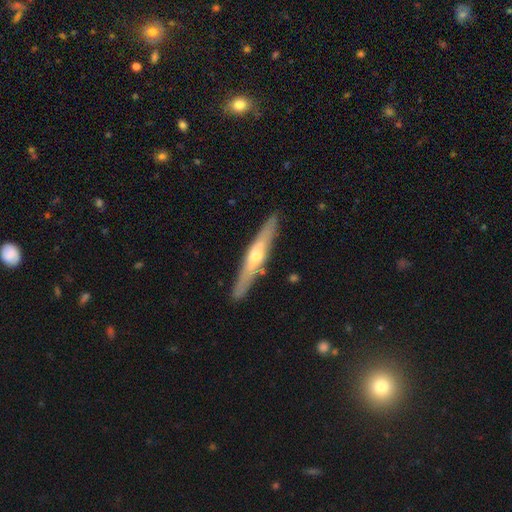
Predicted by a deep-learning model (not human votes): Overall: featured or disk (65%; smooth 30%). Edge-on disk: yes (93%). Edge-on bulge: rounded (86%). Merging: none (89%).